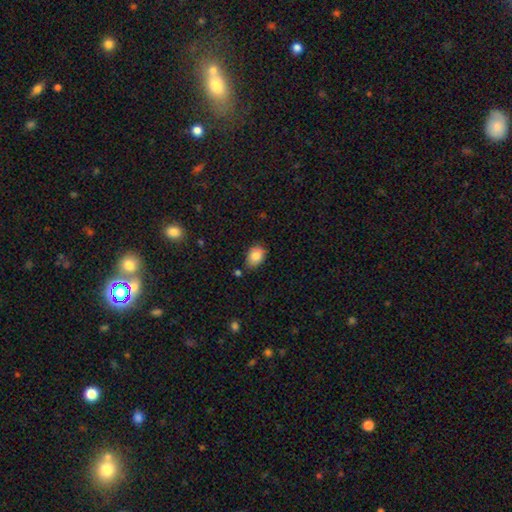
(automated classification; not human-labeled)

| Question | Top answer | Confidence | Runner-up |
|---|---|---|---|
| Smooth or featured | smooth | 84% | featured or disk (8%) |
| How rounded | in between | 80% | round (18%) |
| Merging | none | 74% | minor disturbance (19%) |